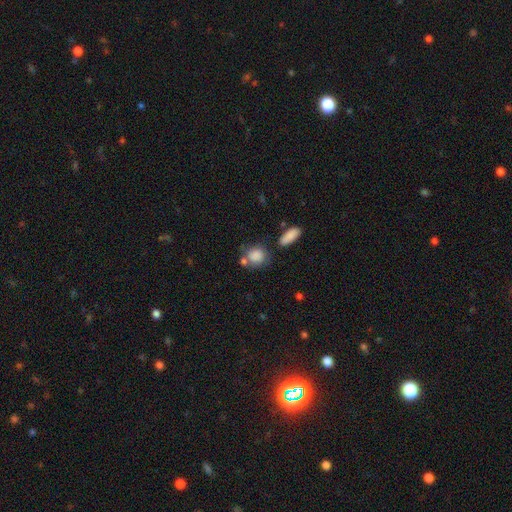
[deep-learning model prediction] Smooth or featured?
  - smooth: 84% *
  - star or artifact: 8%
  - featured or disk: 8%
How rounded?
  - round: 66% *
  - in between: 32%
  - cigar-shaped: 2%
Merging?
  - none: 57% *
  - merger: 20%
  - minor disturbance: 17%
  - major disturbance: 7%